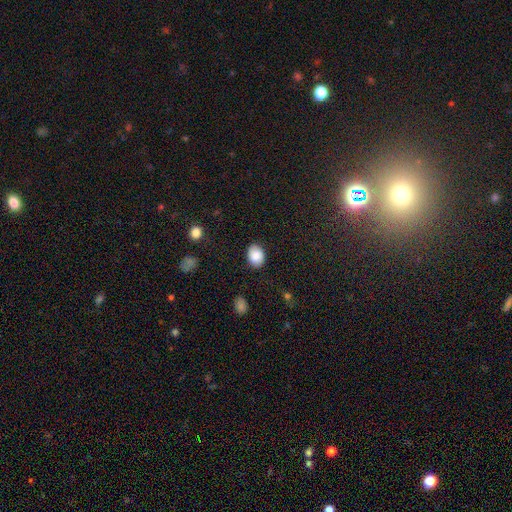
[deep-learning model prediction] This is clearly a smooth galaxy (85%). How rounded: likely in between (67%). Merging: clearly none (84%).